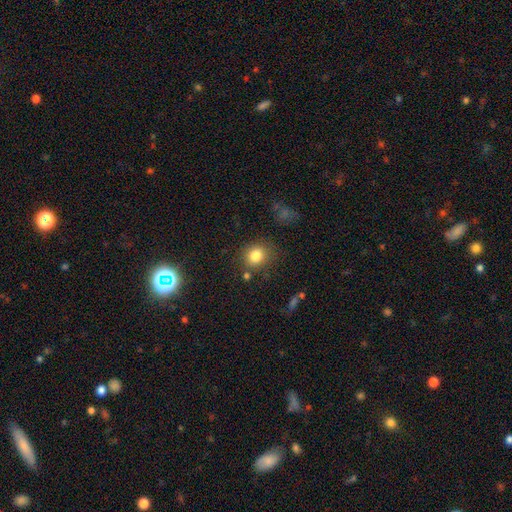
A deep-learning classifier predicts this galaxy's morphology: This is clearly a smooth galaxy (82%). How rounded: likely round (72%). Merging: likely none (79%).